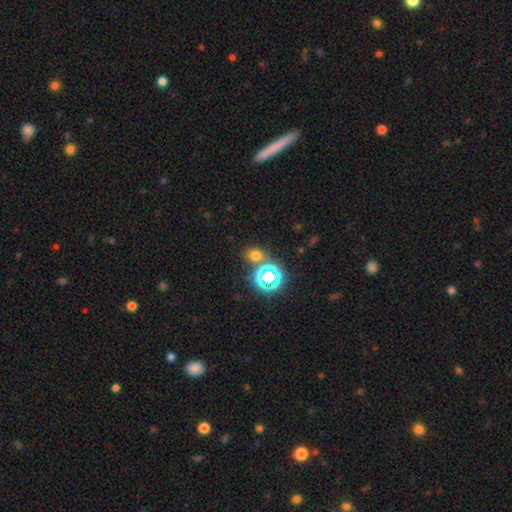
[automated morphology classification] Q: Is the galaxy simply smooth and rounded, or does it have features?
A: smooth — 60%.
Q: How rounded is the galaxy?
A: round — 58%.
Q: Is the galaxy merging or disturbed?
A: none — 74%.